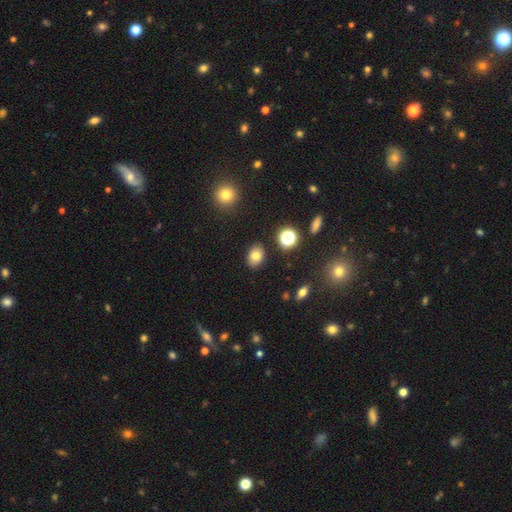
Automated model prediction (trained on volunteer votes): Smooth or featured: smooth — 75% (star or artifact — 13%)
How rounded: in between — 73% (round — 26%)
Merging: none — 87% (minor disturbance — 9%)